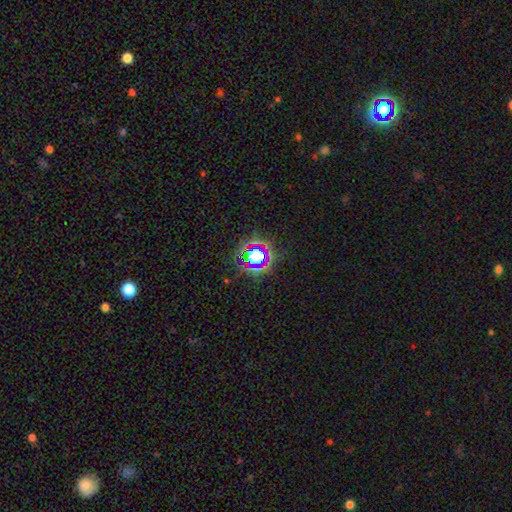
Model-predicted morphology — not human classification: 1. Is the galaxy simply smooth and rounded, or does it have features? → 63% star or artifact, 25% smooth, 12% featured or disk.